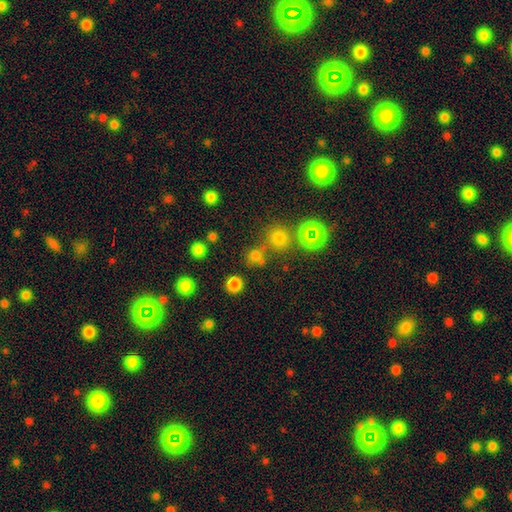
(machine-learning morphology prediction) Smooth or featured?
  - smooth: 69% *
  - star or artifact: 24%
  - featured or disk: 7%
How rounded?
  - round: 87% *
  - in between: 12%
  - cigar-shaped: 1%
Merging?
  - none: 67% *
  - merger: 19%
  - minor disturbance: 9%
  - major disturbance: 5%